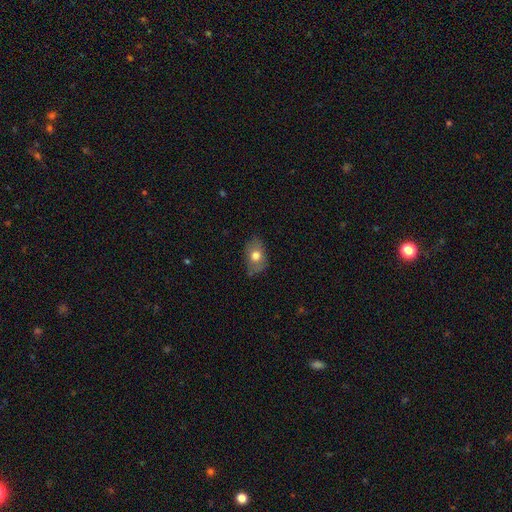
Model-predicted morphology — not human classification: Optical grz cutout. It shows a smooth galaxy with no disk features (71%) that is in between round and cigar-shaped (81%). Merging: none (73%).